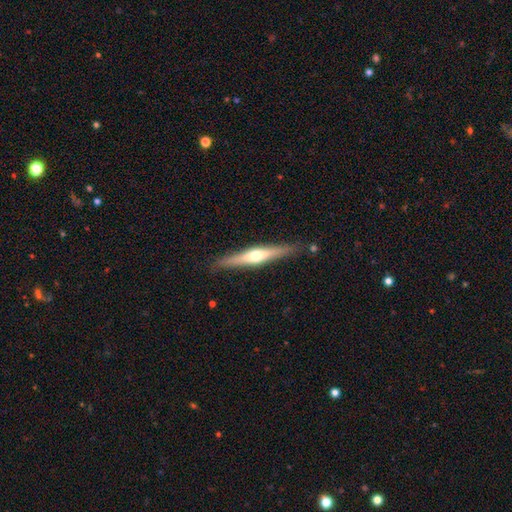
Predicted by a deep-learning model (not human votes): smooth_or_featured: featured or disk (p=0.65) [alt: smooth p=0.30]
disk_edge_on: yes (p=0.96) [alt: no p=0.04]
edge_on_bulge: rounded (p=0.90) [alt: none p=0.06]
merging: none (p=0.88) [alt: minor disturbance p=0.09]